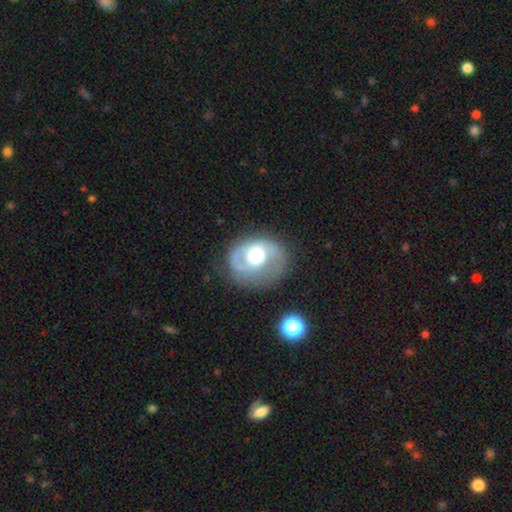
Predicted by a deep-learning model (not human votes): Smooth or featured? Predicted: featured or disk (p=0.63). Edge-on disk? Predicted: no (p=0.96). Bar? Predicted: no (p=0.67). Spiral arms? Predicted: yes (p=0.65). Bulge size? Predicted: moderate (p=0.52). Merging? Predicted: none (p=0.59).